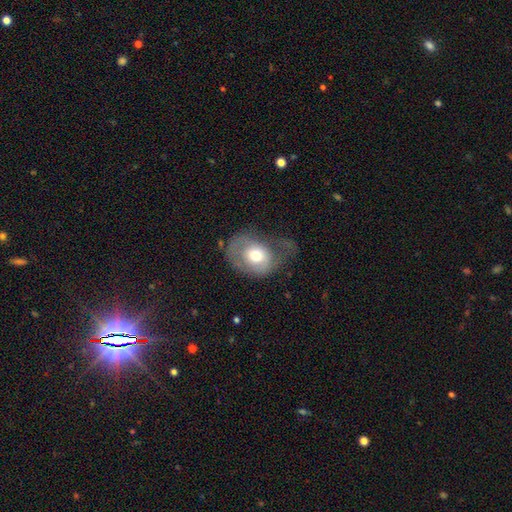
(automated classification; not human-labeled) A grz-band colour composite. It shows a smooth galaxy with no disk features (59%) that is in between round and cigar-shaped (58%). Merging: major disturbance (37%).